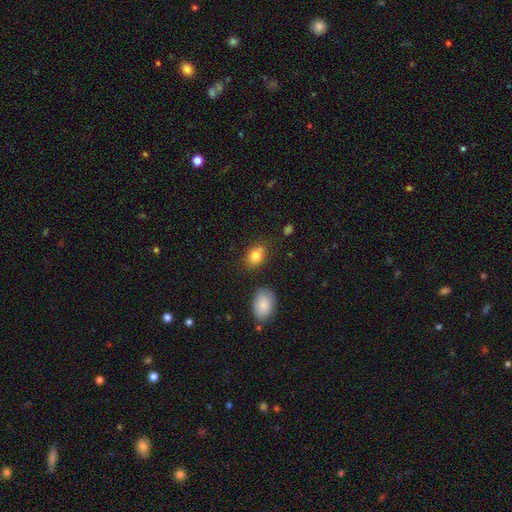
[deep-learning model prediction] This appears to be a smooth galaxy with no disk features (83%) that is in between round and cigar-shaped (70%). Merging: none (73%).